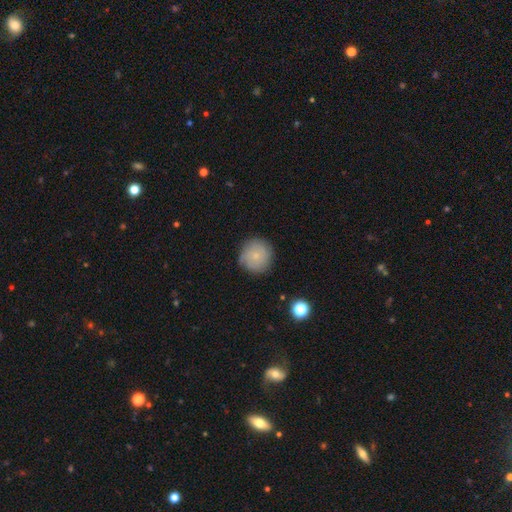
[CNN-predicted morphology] smooth_or_featured: smooth (p=0.65) [alt: featured or disk p=0.27]
how_rounded: round (p=0.93) [alt: in between p=0.06]
merging: none (p=0.80) [alt: minor disturbance p=0.15]